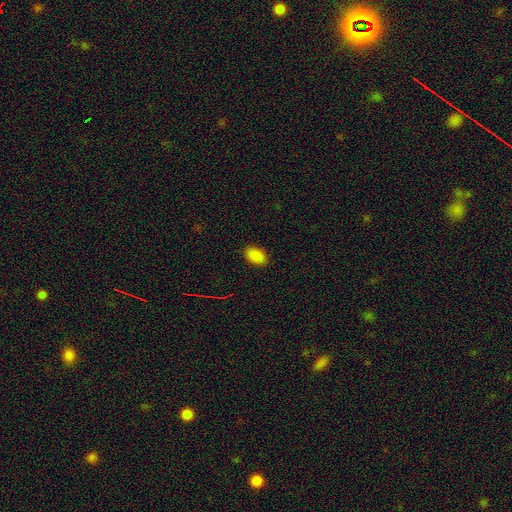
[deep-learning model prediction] Morphology: type=smooth (87%); roundness=in between (88%); merging=none (89%).